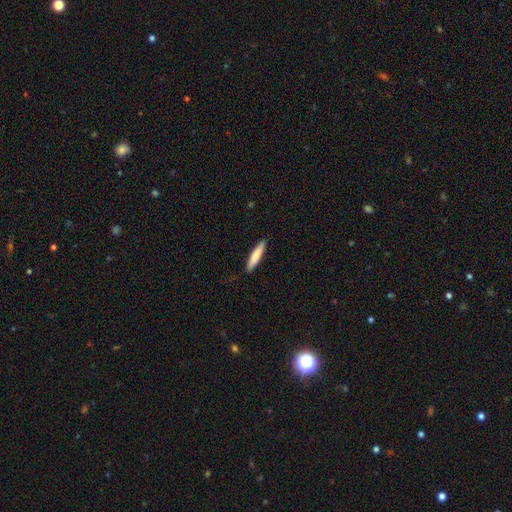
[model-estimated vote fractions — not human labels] smooth 77%, featured or disk 18%, star or artifact 5%. Down the decision tree: how rounded — cigar-shaped (85%); merging — none (89%).